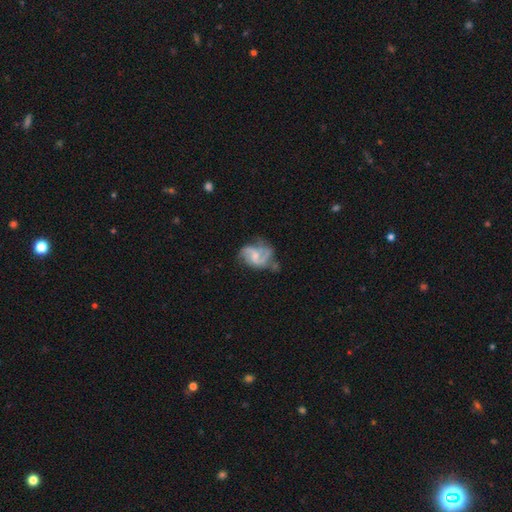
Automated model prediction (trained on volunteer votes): smooth_or_featured: featured or disk (p=0.80) [alt: smooth p=0.14]
disk_edge_on: no (p=0.98) [alt: yes p=0.02]
bar: weak (p=0.52) [alt: no p=0.35]
has_spiral_arms: yes (p=0.92) [alt: no p=0.08]
spiral_winding: medium (p=0.47) [alt: loose p=0.38]
spiral_arm_count: 2 (p=0.74) [alt: 3 p=0.10]
bulge_size: small (p=0.47) [alt: moderate p=0.34]
merging: none (p=0.45) [alt: minor disturbance p=0.26]